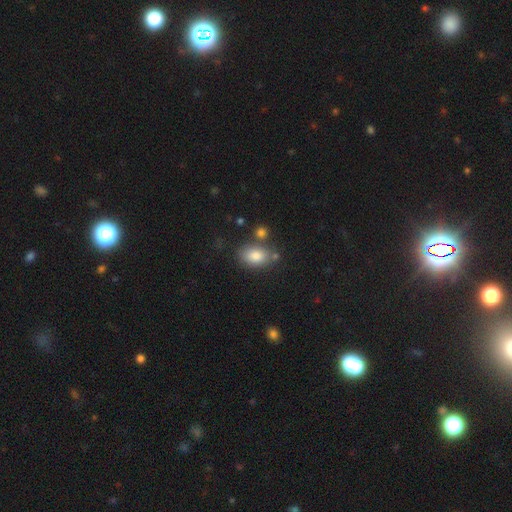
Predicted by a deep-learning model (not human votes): smooth_or_featured: smooth (p=0.82) [alt: featured or disk p=0.09]
how_rounded: in between (p=0.84) [alt: round p=0.14]
merging: none (p=0.69) [alt: minor disturbance p=0.15]